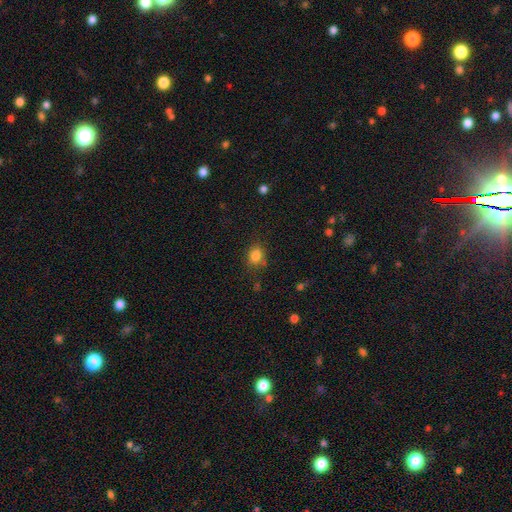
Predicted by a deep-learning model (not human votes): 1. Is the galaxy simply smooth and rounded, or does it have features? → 83% smooth, 12% star or artifact, 6% featured or disk.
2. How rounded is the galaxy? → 54% round, 45% in between, 1% cigar-shaped.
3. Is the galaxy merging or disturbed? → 76% none, 16% minor disturbance, 5% major disturbance, 4% merger.